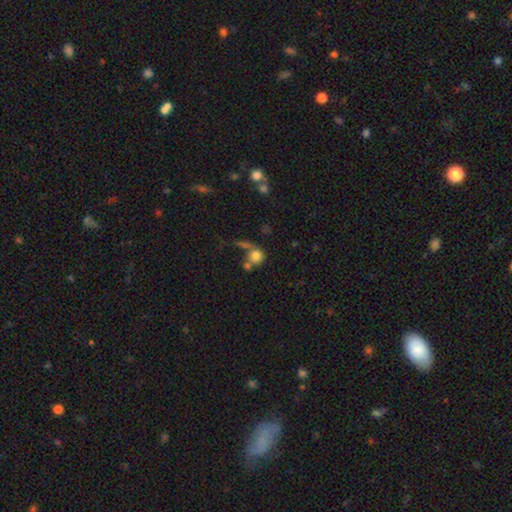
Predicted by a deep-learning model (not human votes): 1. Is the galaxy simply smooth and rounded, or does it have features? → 76% smooth, 13% featured or disk, 11% star or artifact.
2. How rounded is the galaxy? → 85% round, 14% in between, 1% cigar-shaped.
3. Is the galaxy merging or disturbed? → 38% none, 36% merger, 14% major disturbance, 12% minor disturbance.